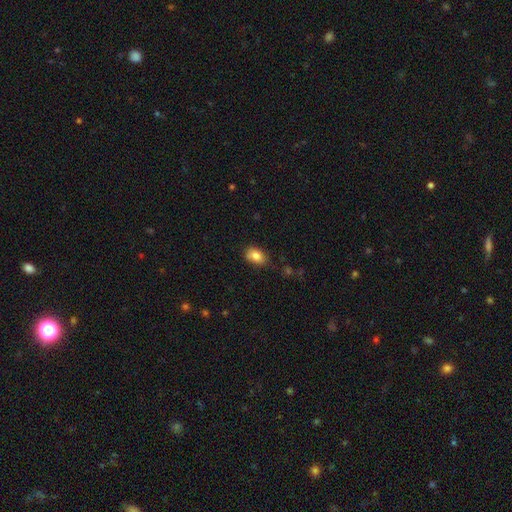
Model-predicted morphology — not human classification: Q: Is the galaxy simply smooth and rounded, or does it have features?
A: smooth — 83%.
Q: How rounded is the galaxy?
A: in between — 82%.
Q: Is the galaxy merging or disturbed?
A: none — 74%.